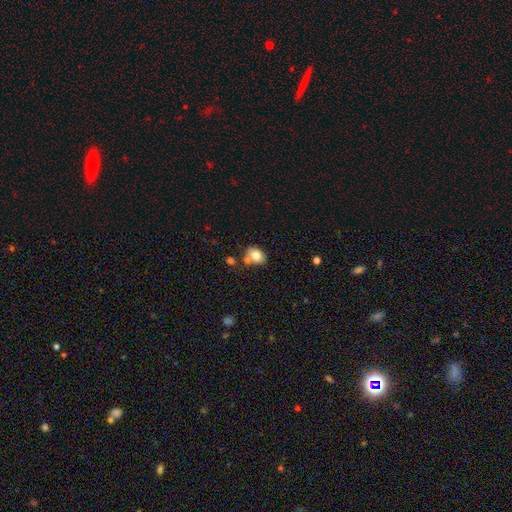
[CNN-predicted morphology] The model was most divided on "merging": none: 55%, merger: 24%, minor disturbance: 17%, major disturbance: 5%. More confident: smooth or featured — smooth (78%); how rounded — in between (66%).